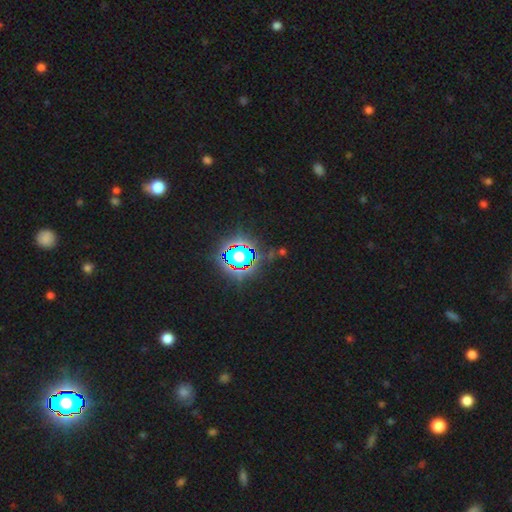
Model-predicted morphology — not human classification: Smooth or featured? star or artifact (81%)